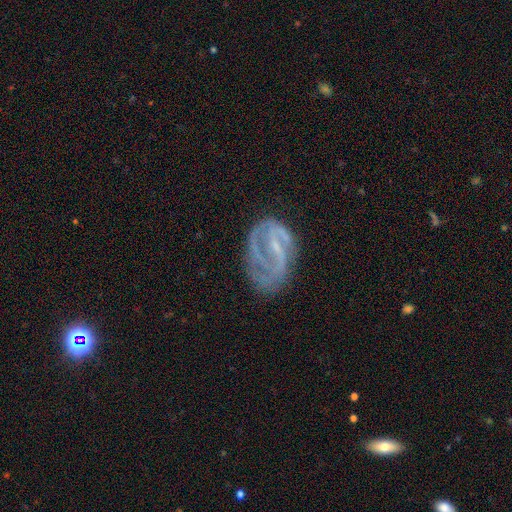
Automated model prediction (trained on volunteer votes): A featured or disk galaxy (72%) with a weak bar (40%), 2 (55%) medium (39%) spiral arms (76%) and a small central bulge (60%). Merging: none (60%).